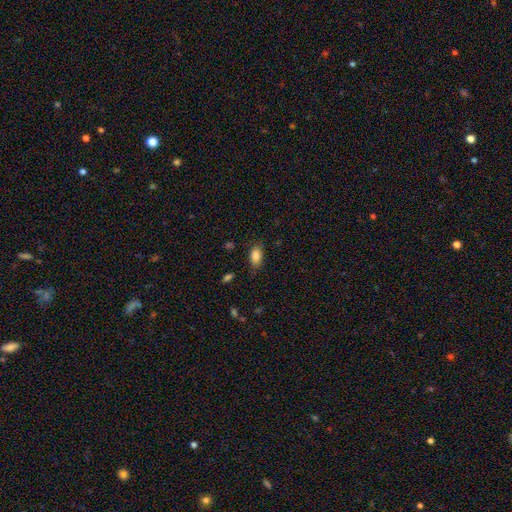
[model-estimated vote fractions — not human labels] Q: Smooth or featured?
A: smooth (85%); runner-up: star or artifact (9%)
Q: How rounded?
A: in between (88%); runner-up: round (9%)
Q: Merging?
A: none (78%); runner-up: minor disturbance (17%)